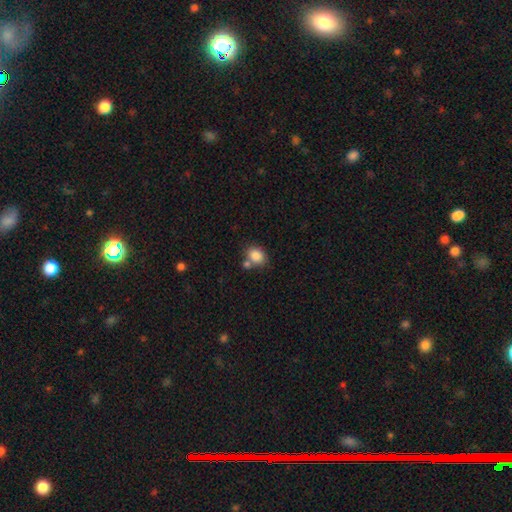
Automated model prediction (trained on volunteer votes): A smooth galaxy with no disk features (86%) that is round (50%).

Vote fractions:
- Smooth or featured? smooth: 86% / star or artifact: 9% / featured or disk: 6%
- How rounded? round: 50% / in between: 49% / cigar-shaped: 1%
- Merging? none: 58% / merger: 24% / minor disturbance: 13% / major disturbance: 4%